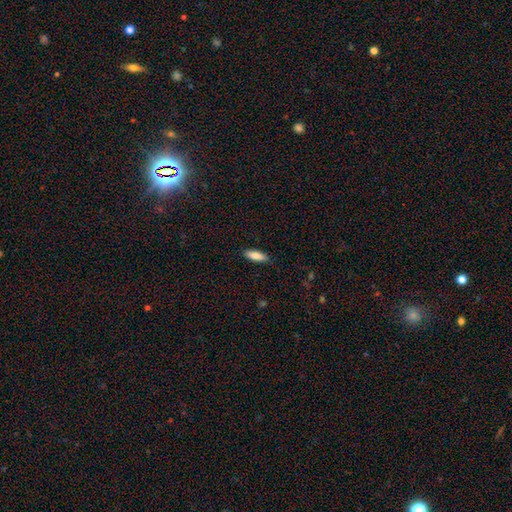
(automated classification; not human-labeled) The model was most divided on "how rounded": in between: 55%, cigar-shaped: 43%, round: 2%. More confident: merging — none (88%); smooth or featured — smooth (84%).